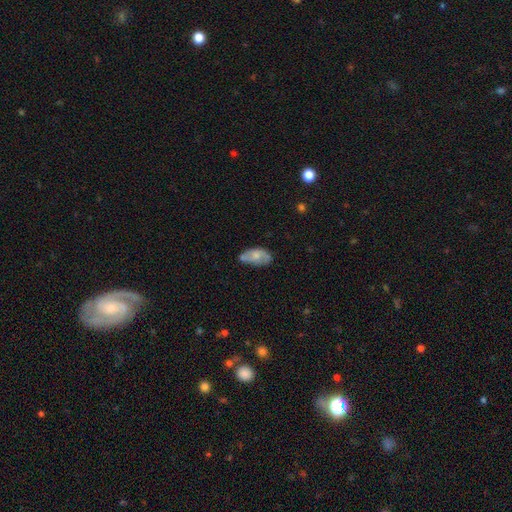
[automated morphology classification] type=smooth (60%); roundness=in between (92%); merging=none (49%).